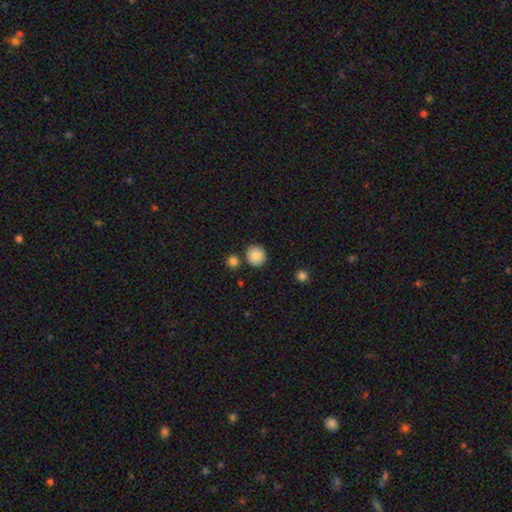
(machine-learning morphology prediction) Smooth or featured: smooth — 86% (star or artifact — 9%)
How rounded: round — 91% (in between — 8%)
Merging: none — 83% (minor disturbance — 8%)